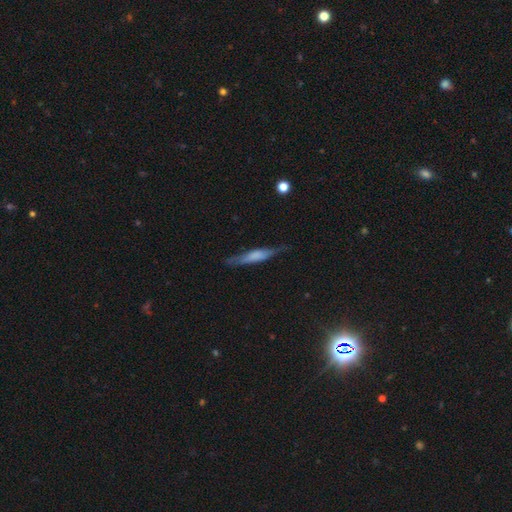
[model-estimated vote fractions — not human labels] This is possibly a featured or disk galaxy (48%). Merging: likely none (78%).